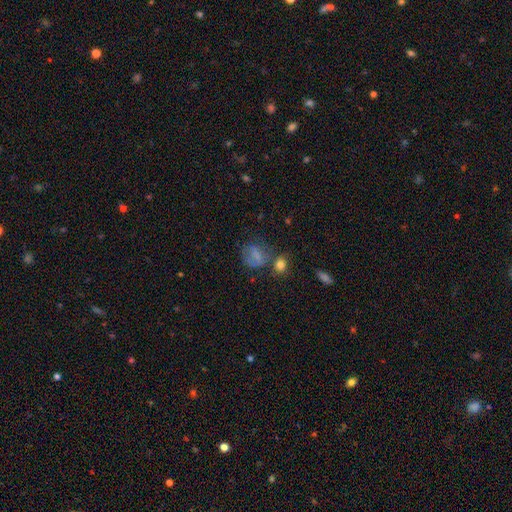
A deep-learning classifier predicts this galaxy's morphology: Q: Smooth or featured?
A: smooth (65%); runner-up: featured or disk (20%)
Q: How rounded?
A: round (60%); runner-up: in between (38%)
Q: Merging?
A: none (48%); runner-up: minor disturbance (23%)